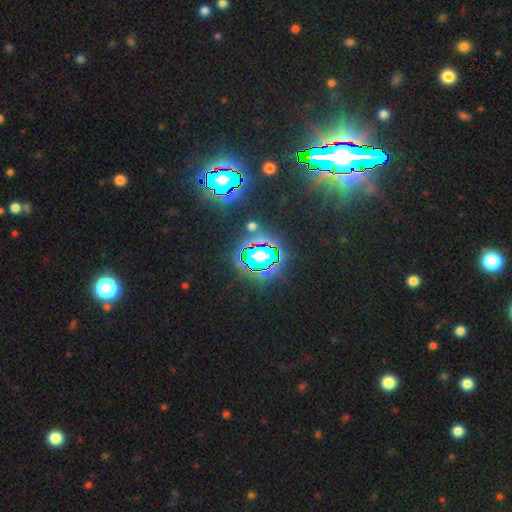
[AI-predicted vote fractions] Smooth or featured: star or artifact — 67% (smooth — 20%)